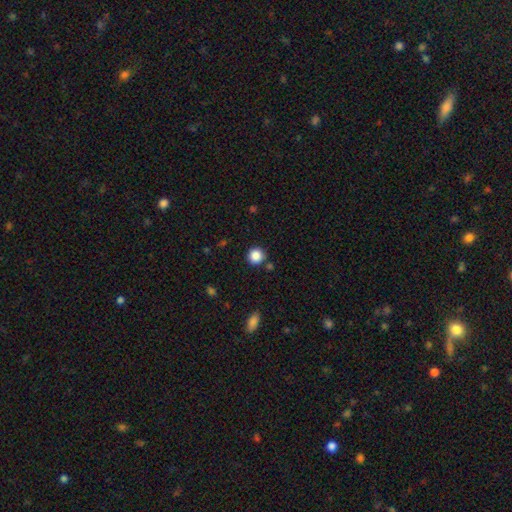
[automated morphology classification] The model was most divided on "smooth or featured": smooth: 87%, star or artifact: 10%, featured or disk: 3%. More confident: how rounded — round (93%); merging — none (85%).